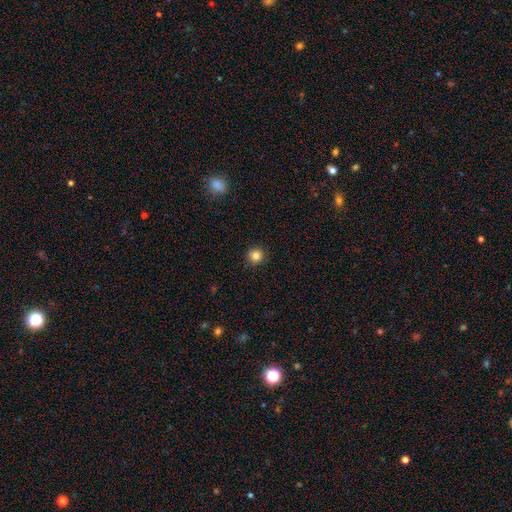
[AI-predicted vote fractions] This appears to be a smooth galaxy with no disk features (84%) that is round (92%). Merging: none (91%).